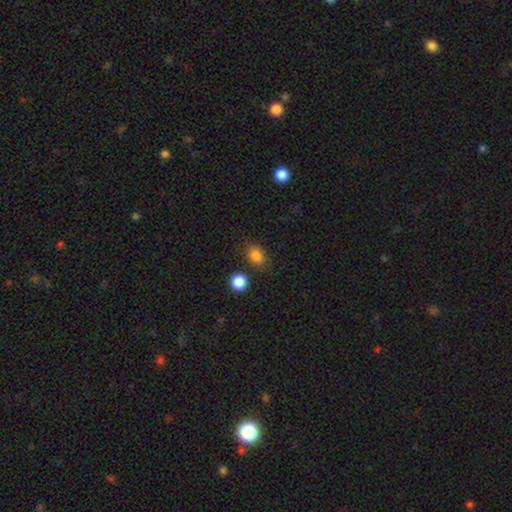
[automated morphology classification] Q: Smooth or featured?
A: smooth (84%); runner-up: star or artifact (11%)
Q: How rounded?
A: in between (67%); runner-up: round (31%)
Q: Merging?
A: none (76%); runner-up: minor disturbance (14%)